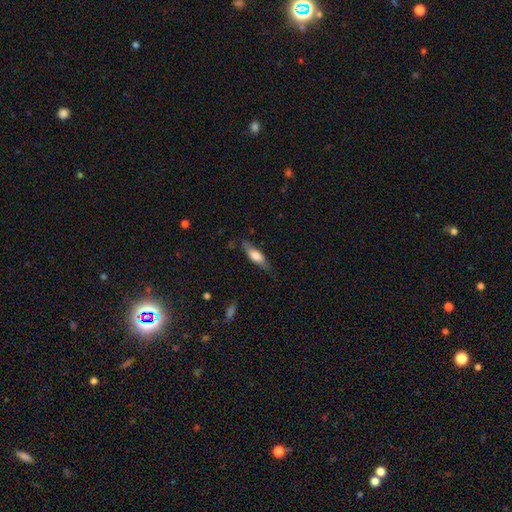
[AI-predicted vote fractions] Smooth or featured: smooth — 61% (featured or disk — 33%)
How rounded: in between — 51% (cigar-shaped — 47%)
Merging: none — 73% (minor disturbance — 21%)